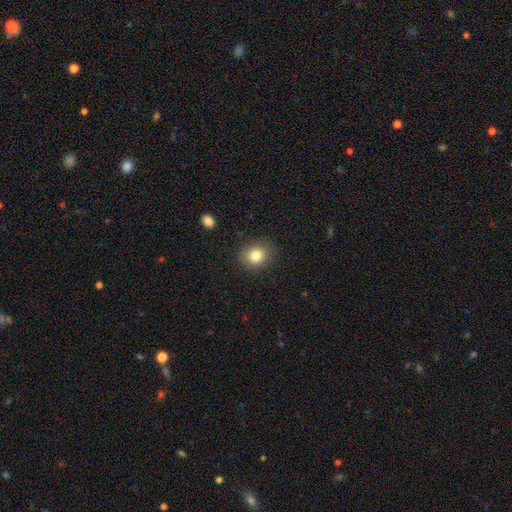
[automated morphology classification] This appears to be a smooth galaxy with no disk features (81%) that is round (68%). Merging: none (87%).